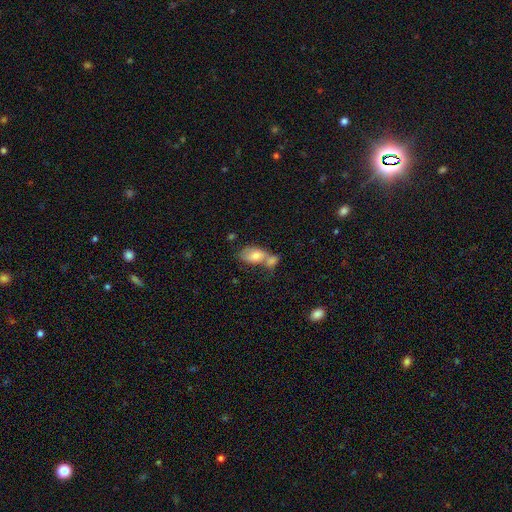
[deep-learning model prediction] smooth_or_featured: smooth (p=0.72) [alt: featured or disk p=0.20]
how_rounded: in between (p=0.90) [alt: round p=0.07]
merging: merger (p=0.60) [alt: none p=0.22]